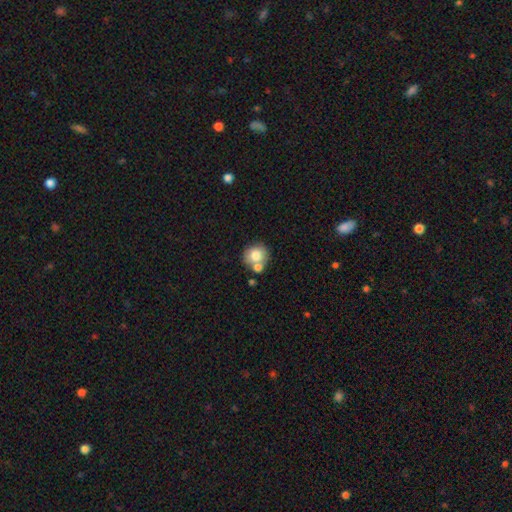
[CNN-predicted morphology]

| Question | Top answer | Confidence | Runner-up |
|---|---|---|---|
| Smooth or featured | smooth | 77% | featured or disk (14%) |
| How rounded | round | 84% | in between (15%) |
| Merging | none | 55% | merger (30%) |